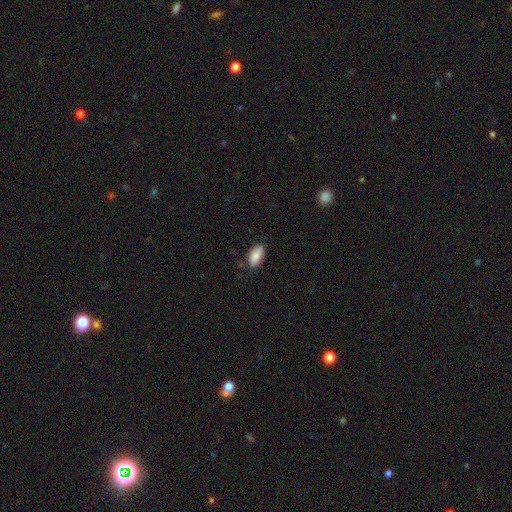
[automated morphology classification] type=smooth (87%); roundness=in between (90%); merging=none (82%).